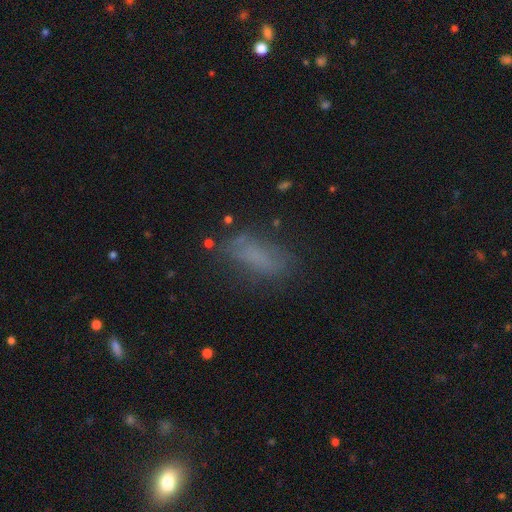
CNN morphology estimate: This appears to be a smooth galaxy with no disk features (69%) that is in between round and cigar-shaped (72%). Merging: none (67%).